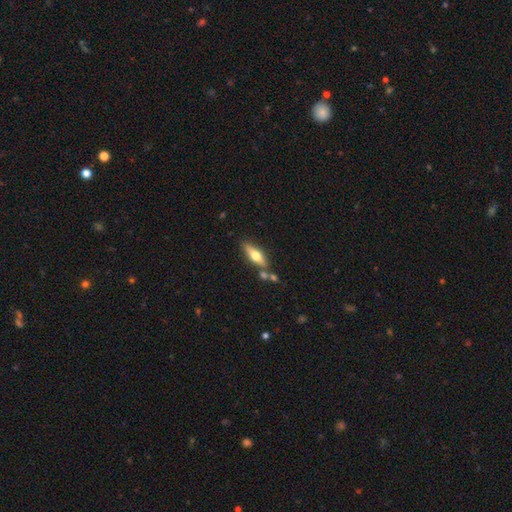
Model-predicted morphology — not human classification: Q: Smooth or featured?
A: smooth (47%); tied with: featured or disk (47%)
Q: Merging?
A: none (70%); runner-up: merger (14%)